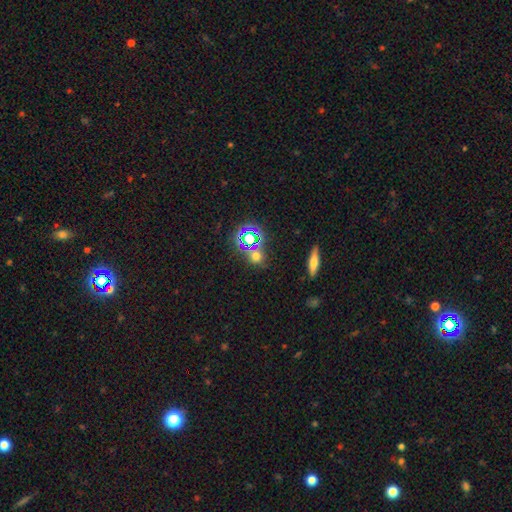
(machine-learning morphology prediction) Q: Smooth or featured?
A: smooth (48%); runner-up: star or artifact (42%)
Q: Merging?
A: none (75%); runner-up: merger (11%)